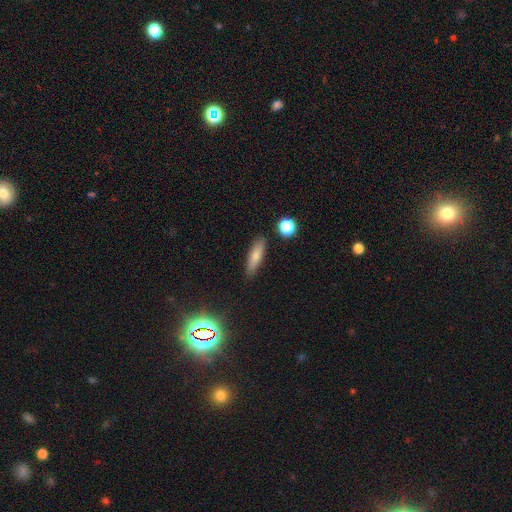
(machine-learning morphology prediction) A smooth galaxy with no disk features (76%) that is cigar-shaped (59%). Merging: none (86%).